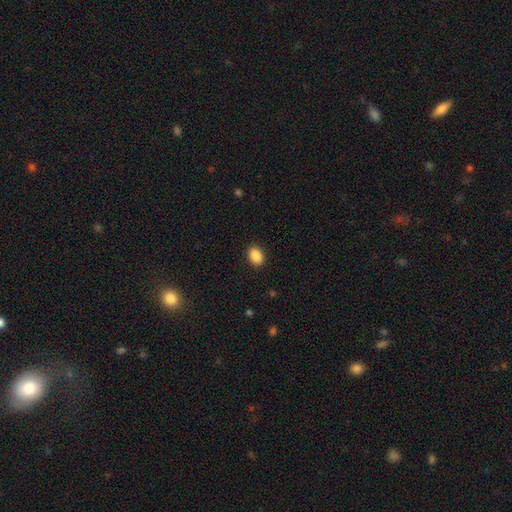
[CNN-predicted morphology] A smooth galaxy with no disk features (89%) that is in between round and cigar-shaped (75%). Merging: none (90%).